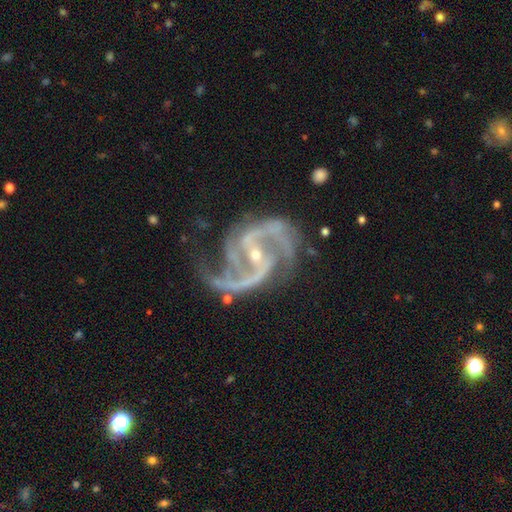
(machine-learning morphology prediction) This is clearly a featured or disk galaxy (93%). It is clearly not viewed edge-on (98%). Bar: marginally strong (36%). Spiral arm pattern: clearly yes (99%). Spiral arm count: likely 2 (75%). Spiral winding: possibly medium (59%). Central bulge: likely small (73%). Merging: likely none (61%).